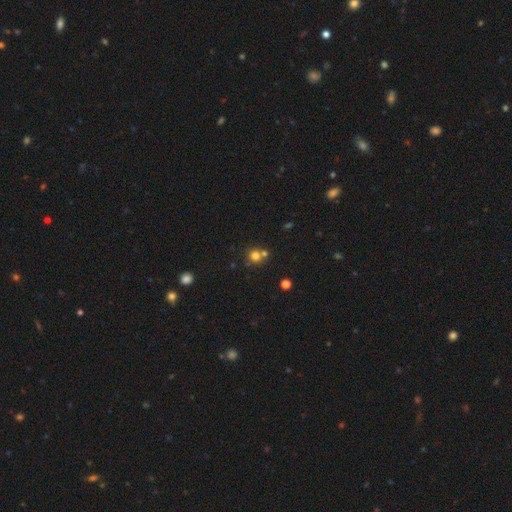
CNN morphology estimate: Smooth or featured? smooth (75%)
How rounded? round (88%)
Merging? none (56%)